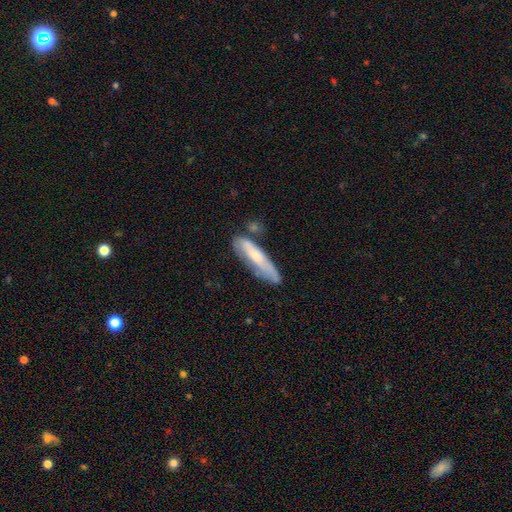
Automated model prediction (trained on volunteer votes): smooth 56%, featured or disk 37%, star or artifact 6%. Down the decision tree: how rounded — cigar-shaped (75%); merging — none (54%).